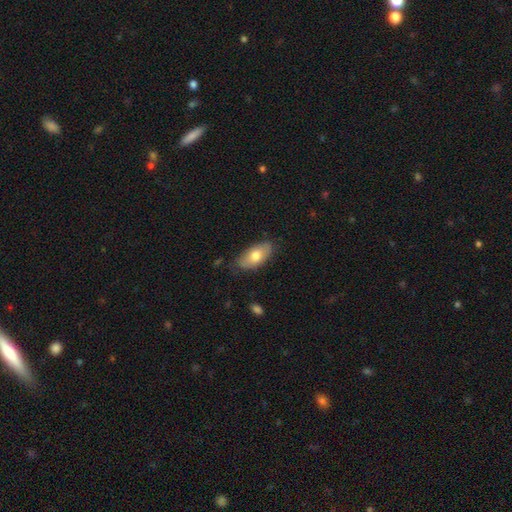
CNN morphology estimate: The model was most divided on "smooth or featured": smooth: 71%, featured or disk: 23%, star or artifact: 6%. More confident: how rounded — in between (89%); merging — none (78%).